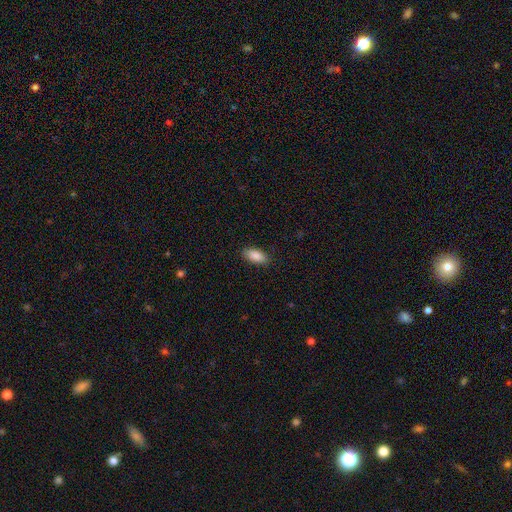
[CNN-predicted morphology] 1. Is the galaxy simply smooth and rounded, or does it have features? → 89% smooth, 7% star or artifact, 5% featured or disk.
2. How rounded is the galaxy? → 89% in between, 9% cigar-shaped, 2% round.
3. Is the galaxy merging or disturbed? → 88% none, 9% minor disturbance, 2% major disturbance, 1% merger.